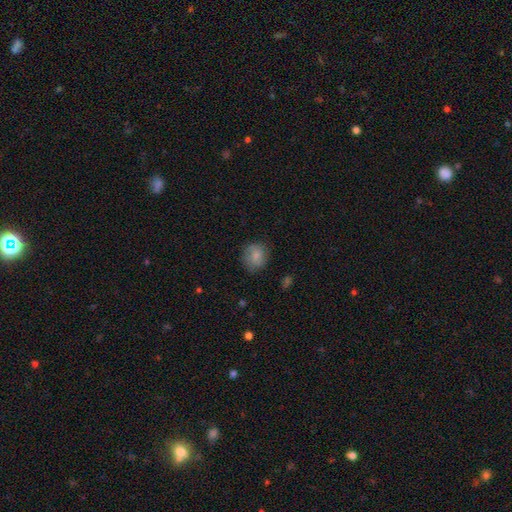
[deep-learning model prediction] Smooth or featured?
  - smooth: 80% *
  - featured or disk: 12%
  - star or artifact: 8%
How rounded?
  - round: 73% *
  - in between: 26%
  - cigar-shaped: 1%
Merging?
  - none: 75% *
  - minor disturbance: 18%
  - major disturbance: 5%
  - merger: 1%